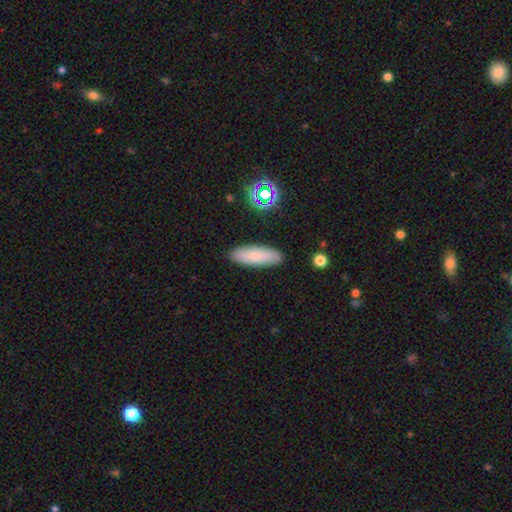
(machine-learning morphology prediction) Q: Smooth or featured?
A: smooth (79%); runner-up: featured or disk (13%)
Q: How rounded?
A: in between (51%); runner-up: cigar-shaped (47%)
Q: Merging?
A: none (89%); runner-up: minor disturbance (8%)